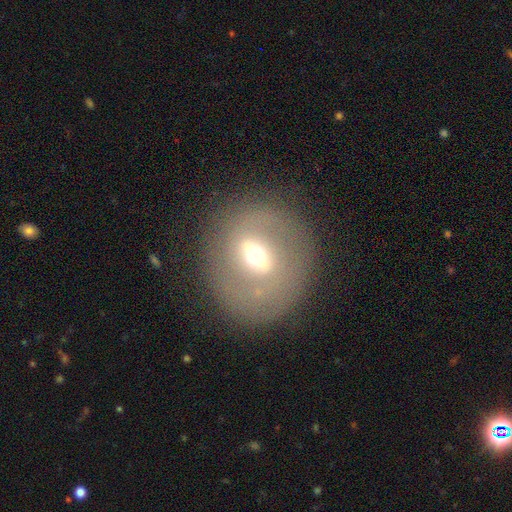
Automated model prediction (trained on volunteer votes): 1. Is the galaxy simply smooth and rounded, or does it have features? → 59% featured or disk, 31% smooth, 10% star or artifact.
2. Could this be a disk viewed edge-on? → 81% no, 19% yes.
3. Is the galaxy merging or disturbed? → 81% none, 11% minor disturbance, 7% major disturbance, 2% merger.